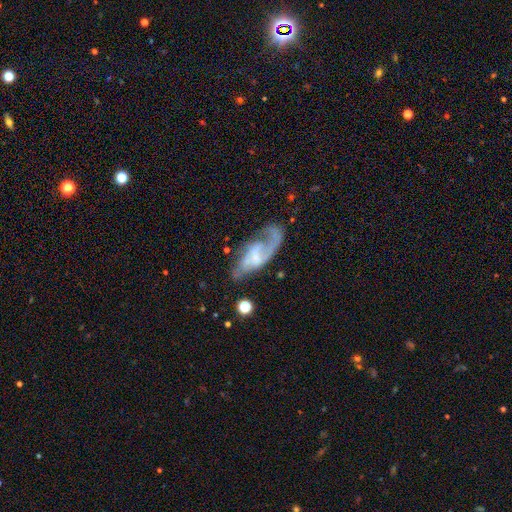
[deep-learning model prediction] featured or disk 74%, smooth 18%, star or artifact 7%. Down the decision tree: edge-on disk — no (92%); bar — no (45%); spiral arms — yes (84%); spiral arm count — 2 (49%); spiral winding — loose (45%); bulge size — small (49%); merging — none (46%).